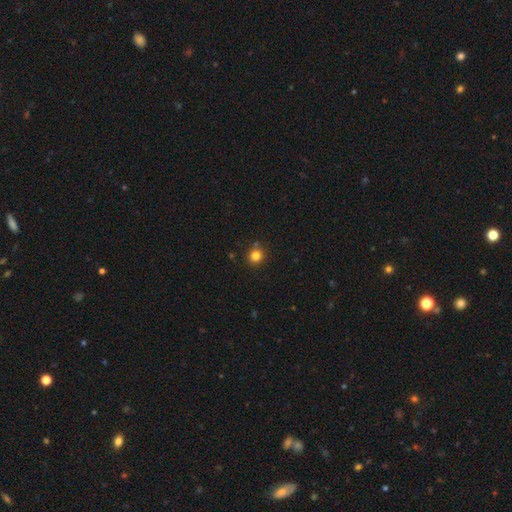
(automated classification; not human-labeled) This is clearly a smooth galaxy (82%). How rounded: clearly round (90%). Merging: clearly none (86%).